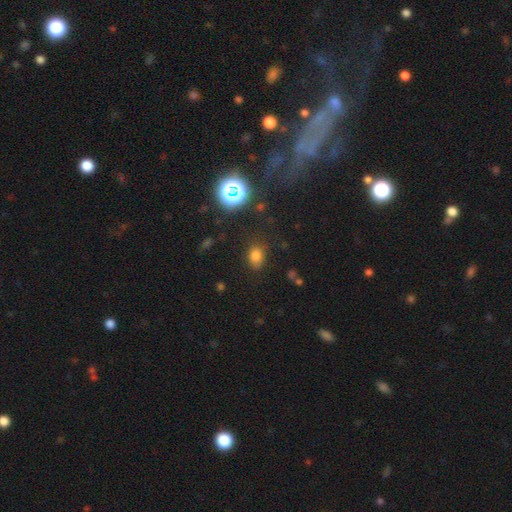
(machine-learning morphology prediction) A smooth galaxy with no disk features (74%) that is in between round and cigar-shaped (62%).

Vote fractions:
- Smooth or featured? smooth: 74% / star or artifact: 19% / featured or disk: 7%
- How rounded? in between: 62% / round: 37% / cigar-shaped: 1%
- Merging? none: 75% / minor disturbance: 17% / major disturbance: 6% / merger: 3%